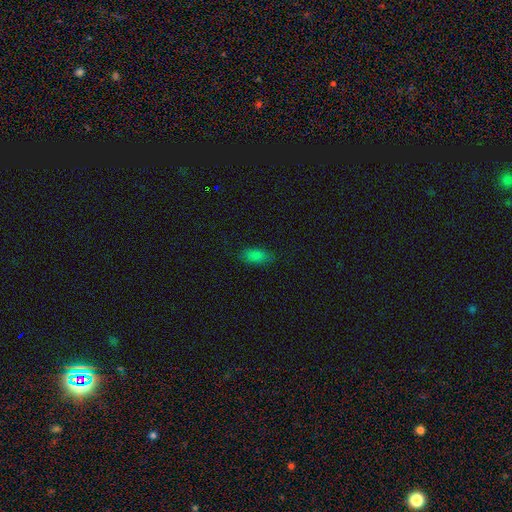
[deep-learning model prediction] A smooth galaxy with no disk features (83%) that is in between round and cigar-shaped (90%).

Vote fractions:
- Smooth or featured? smooth: 83% / star or artifact: 12% / featured or disk: 5%
- How rounded? in between: 90% / cigar-shaped: 7% / round: 4%
- Merging? none: 80% / minor disturbance: 15% / major disturbance: 4% / merger: 1%